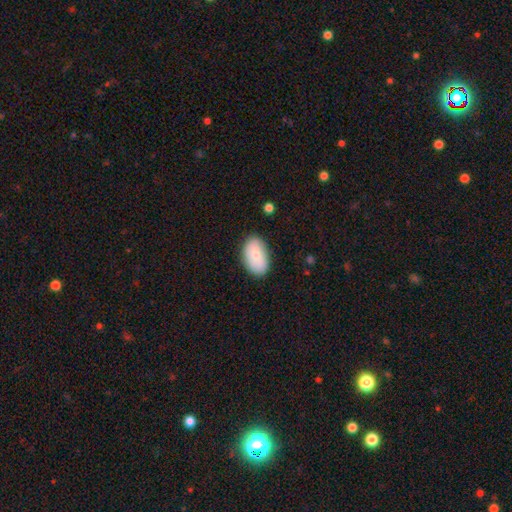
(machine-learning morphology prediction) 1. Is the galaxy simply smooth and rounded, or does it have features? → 77% smooth, 16% featured or disk, 7% star or artifact.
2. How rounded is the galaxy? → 92% in between, 7% round, 1% cigar-shaped.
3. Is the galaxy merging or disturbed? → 83% none, 13% minor disturbance, 3% major disturbance, 1% merger.